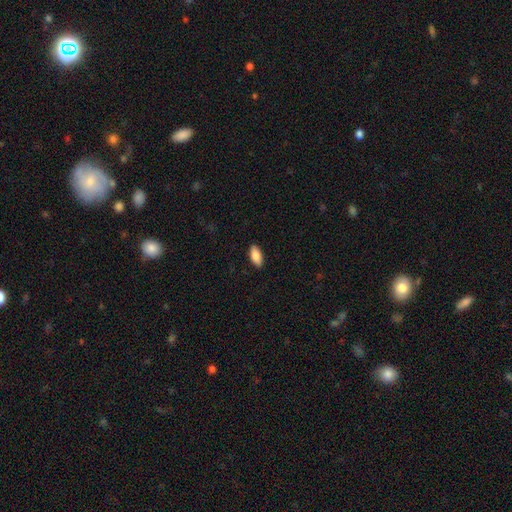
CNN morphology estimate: Q: Smooth or featured?
A: smooth (86%); runner-up: featured or disk (8%)
Q: How rounded?
A: in between (89%); runner-up: cigar-shaped (9%)
Q: Merging?
A: none (90%); runner-up: minor disturbance (8%)